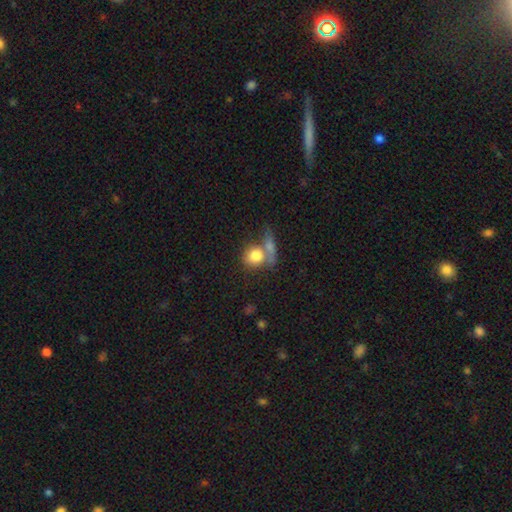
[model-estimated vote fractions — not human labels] smooth 78%, featured or disk 14%, star or artifact 8%. Down the decision tree: how rounded — round (74%); merging — merger (44%).